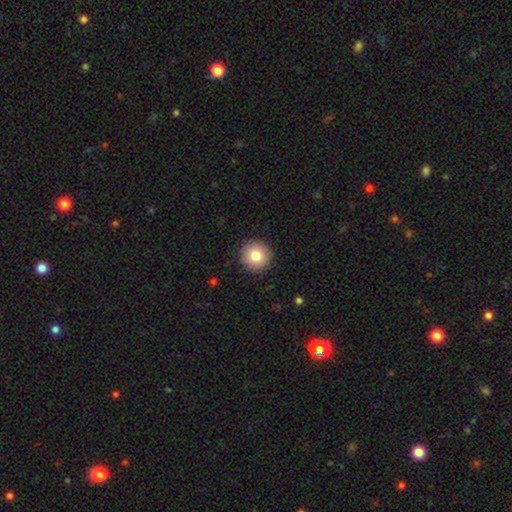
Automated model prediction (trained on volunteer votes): A smooth galaxy with no disk features (82%) that is round (96%).

Vote fractions:
- Smooth or featured? smooth: 82% / featured or disk: 9% / star or artifact: 9%
- How rounded? round: 96% / in between: 3% / cigar-shaped: 1%
- Merging? none: 92% / minor disturbance: 5% / major disturbance: 2% / merger: 1%